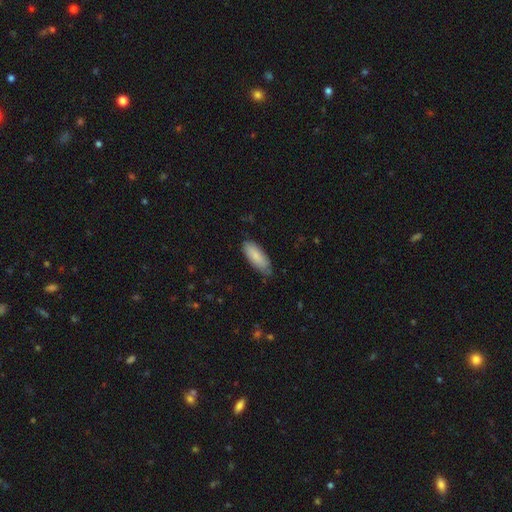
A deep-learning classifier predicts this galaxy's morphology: smooth 84%, featured or disk 11%, star or artifact 5%. Down the decision tree: how rounded — in between (72%); merging — none (75%).